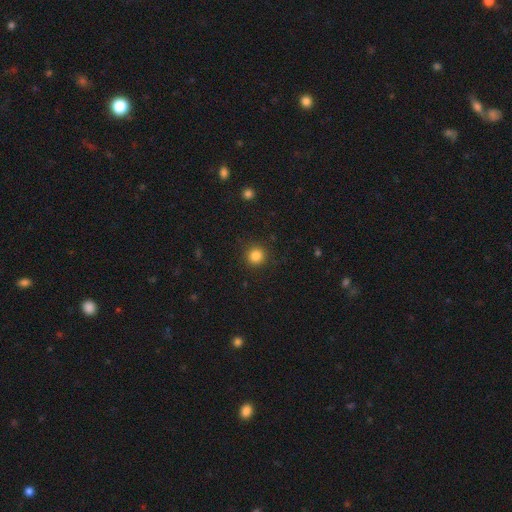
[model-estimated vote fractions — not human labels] Smooth or featured? smooth (84%)
How rounded? round (93%)
Merging? none (90%)